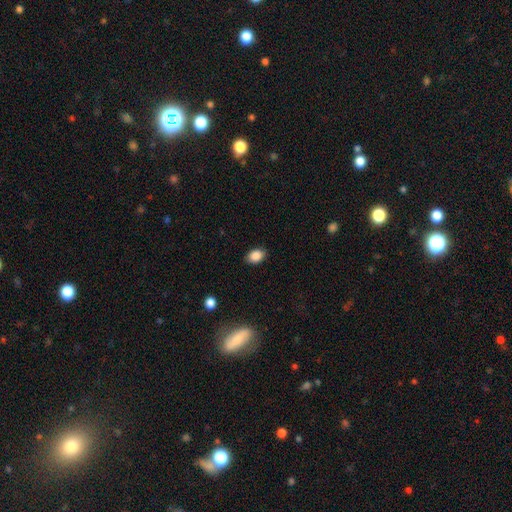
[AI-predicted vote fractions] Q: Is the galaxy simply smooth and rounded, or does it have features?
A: smooth — 87%.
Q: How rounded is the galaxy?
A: in between — 76%.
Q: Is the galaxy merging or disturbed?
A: none — 86%.